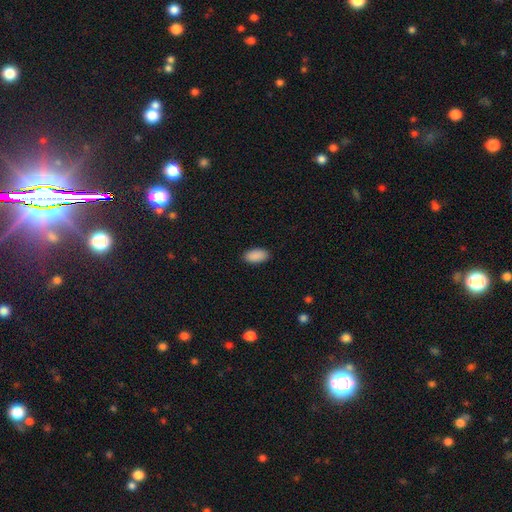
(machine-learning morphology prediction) A smooth galaxy with no disk features (91%) that is in between round and cigar-shaped (95%). Merging: none (90%).